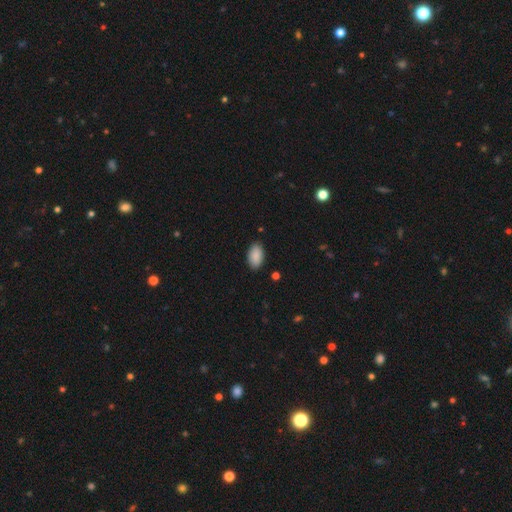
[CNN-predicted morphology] smooth_or_featured: smooth (p=0.90) [alt: star or artifact p=0.06]
how_rounded: in between (p=0.94) [alt: round p=0.05]
merging: none (p=0.87) [alt: minor disturbance p=0.10]